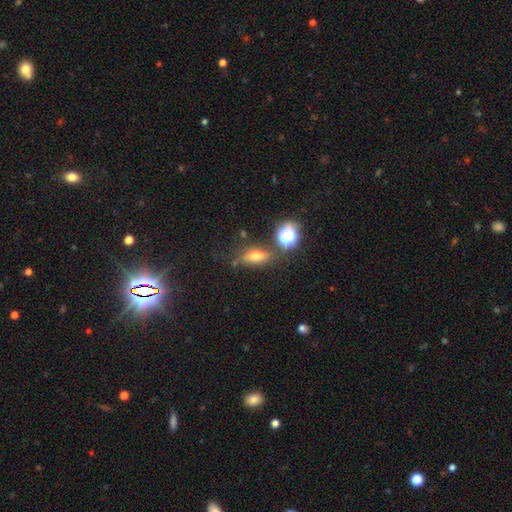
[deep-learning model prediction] Smooth or featured: smooth — 56% (featured or disk — 25%)
How rounded: in between — 60% (cigar-shaped — 26%)
Merging: none — 68% (minor disturbance — 17%)